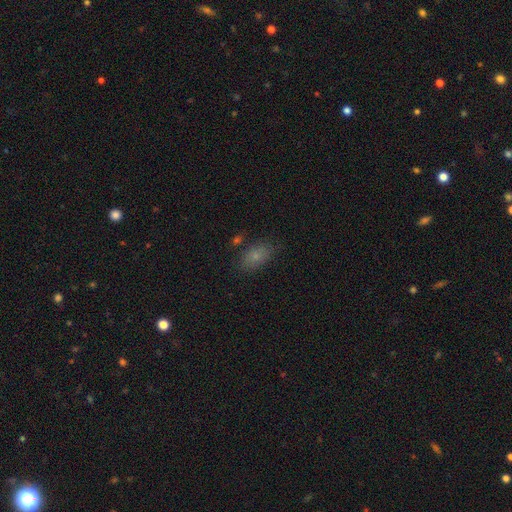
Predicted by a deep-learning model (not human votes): Smooth or featured?
  - smooth: 77% *
  - star or artifact: 11%
  - featured or disk: 11%
How rounded?
  - in between: 89% *
  - round: 7%
  - cigar-shaped: 4%
Merging?
  - none: 75% *
  - minor disturbance: 17%
  - major disturbance: 4%
  - merger: 4%